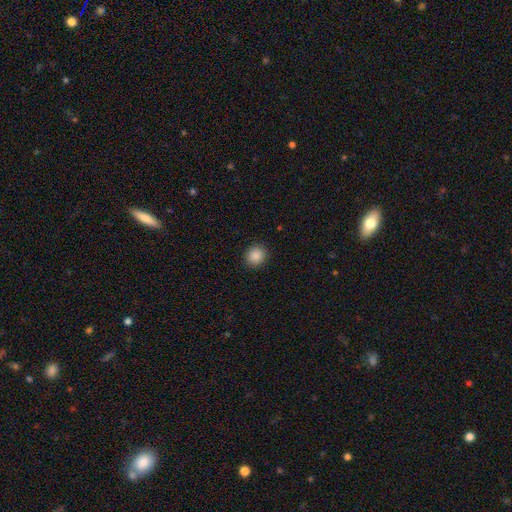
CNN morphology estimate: This appears to be a smooth galaxy with no disk features (88%) that is round (80%). Merging: none (90%).